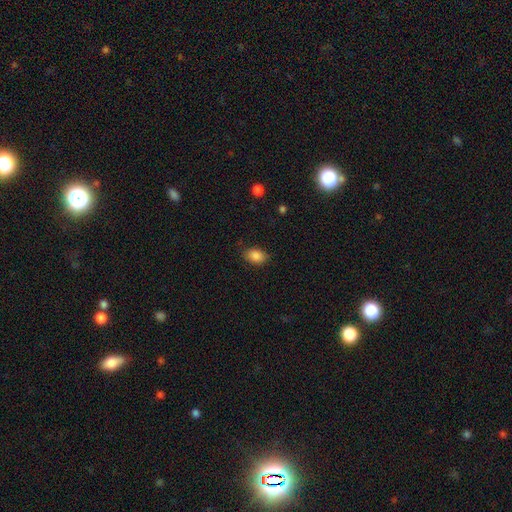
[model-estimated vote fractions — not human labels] The model was most divided on "how rounded": in between: 84%, round: 15%, cigar-shaped: 1%. More confident: smooth or featured — smooth (87%); merging — none (84%).